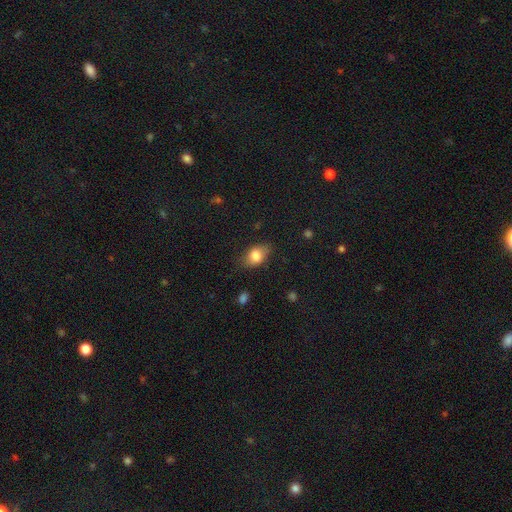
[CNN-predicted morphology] A smooth galaxy with no disk features (80%) that is in between round and cigar-shaped (80%).

Vote fractions:
- Smooth or featured? smooth: 80% / featured or disk: 12% / star or artifact: 8%
- How rounded? in between: 80% / round: 18% / cigar-shaped: 2%
- Merging? none: 76% / minor disturbance: 18% / major disturbance: 5% / merger: 1%